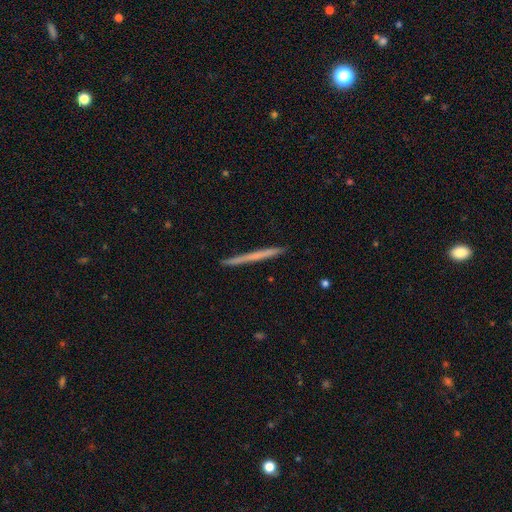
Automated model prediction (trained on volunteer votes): Smooth or featured?
  - smooth: 51% *
  - featured or disk: 43%
  - star or artifact: 6%
How rounded?
  - cigar-shaped: 97% *
  - in between: 1%
  - round: 1%
Merging?
  - none: 92% *
  - minor disturbance: 6%
  - major disturbance: 1%
  - merger: 1%